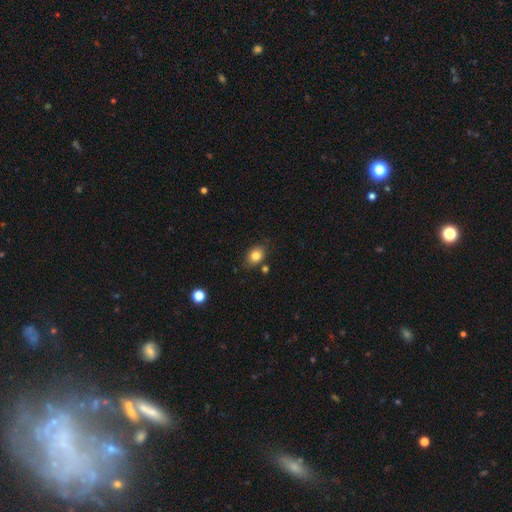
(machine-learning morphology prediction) smooth-or-featured: smooth: 82% | star or artifact: 10% | featured or disk: 8%
  how-rounded: in between: 65% | round: 34% | cigar-shaped: 1%
  merging: none: 79% | minor disturbance: 13% | merger: 5% | major disturbance: 3%